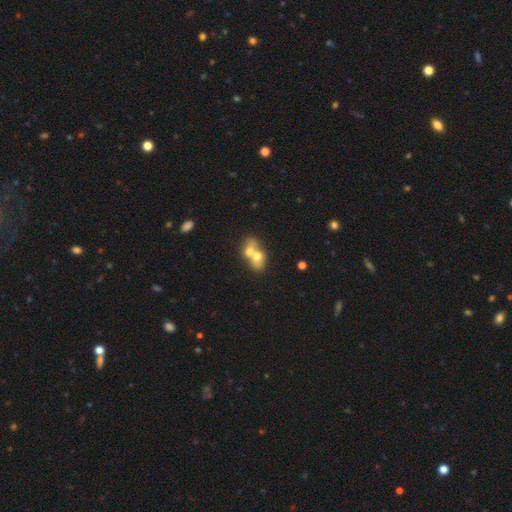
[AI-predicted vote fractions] Smooth or featured? Predicted: smooth (p=0.60). How rounded? Predicted: in between (p=0.61). Merging? Predicted: merger (p=0.73).